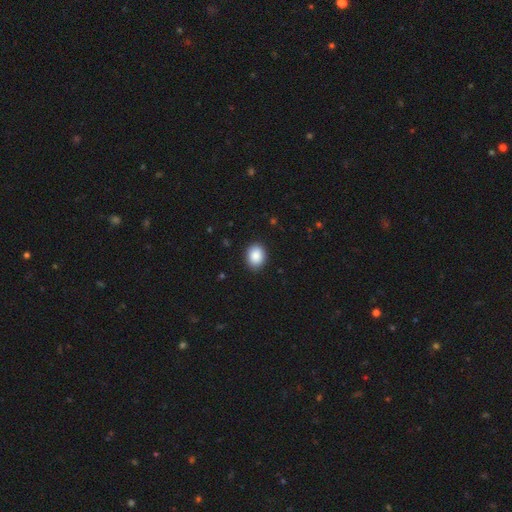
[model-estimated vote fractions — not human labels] Morphology: type=smooth (89%); roundness=in between (55%); merging=none (89%).